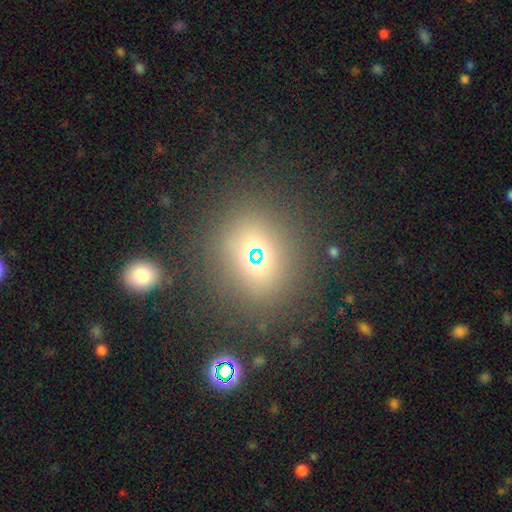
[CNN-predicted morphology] This appears to be a star or artifact, not a galaxy (44%).